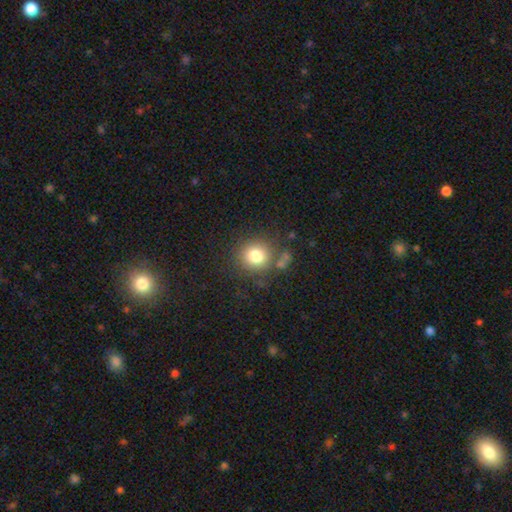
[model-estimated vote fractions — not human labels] smooth 80%, star or artifact 12%, featured or disk 9%. Down the decision tree: how rounded — round (90%); merging — none (75%).